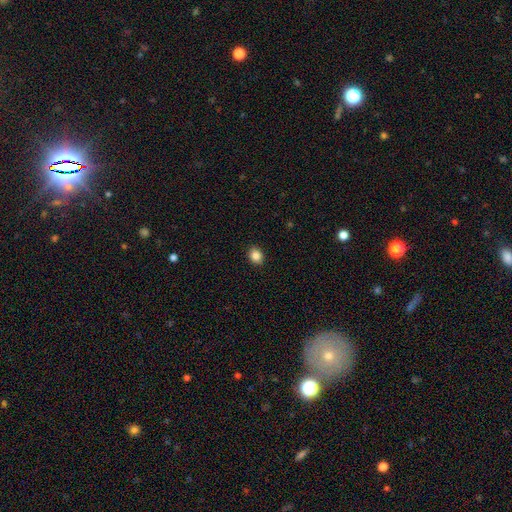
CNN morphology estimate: Smooth or featured? Predicted: smooth (p=0.86). How rounded? Predicted: round (p=0.57). Merging? Predicted: none (p=0.91).